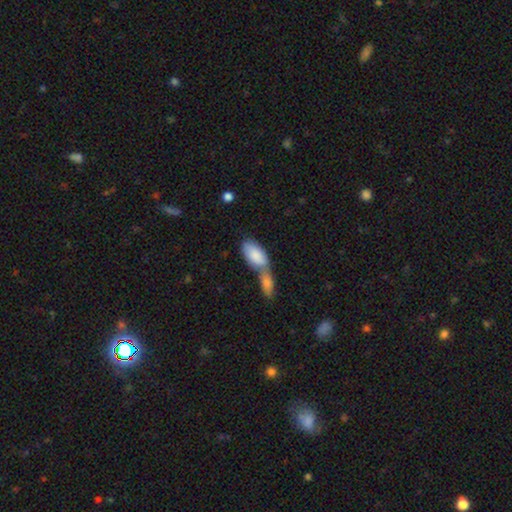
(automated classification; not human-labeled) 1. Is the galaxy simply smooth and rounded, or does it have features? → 83% smooth, 12% featured or disk, 5% star or artifact.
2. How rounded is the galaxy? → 92% in between, 5% cigar-shaped, 3% round.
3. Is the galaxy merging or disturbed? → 63% merger, 24% none, 9% minor disturbance, 4% major disturbance.